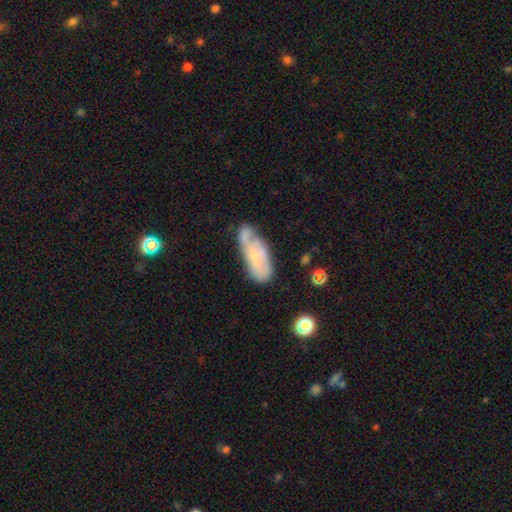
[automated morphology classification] This is possibly a smooth galaxy (49%). Merging: marginally none (44%).